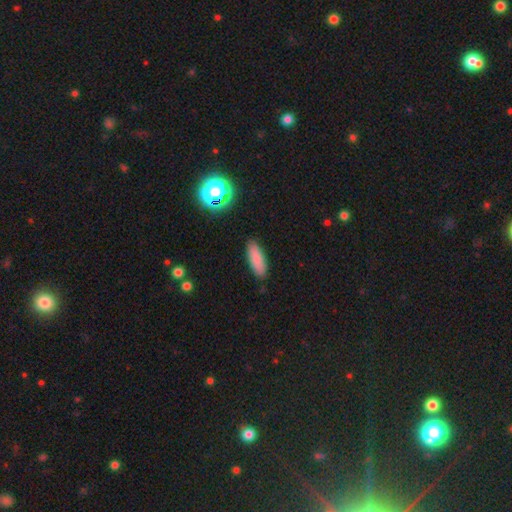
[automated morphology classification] Smooth or featured? Predicted: smooth (p=0.85). How rounded? Predicted: in between (p=0.62). Merging? Predicted: none (p=0.88).